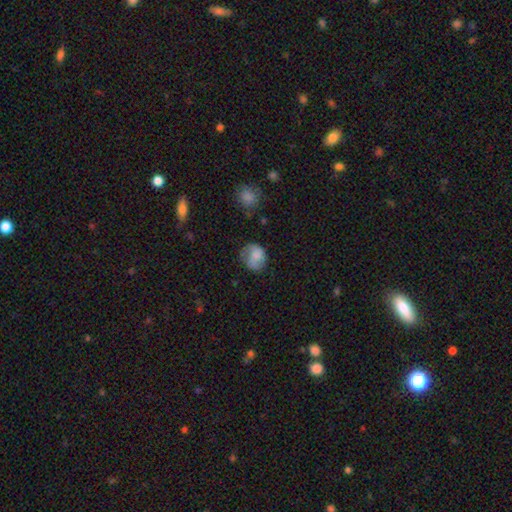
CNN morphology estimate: type=smooth (68%); roundness=round (60%); merging=none (52%).